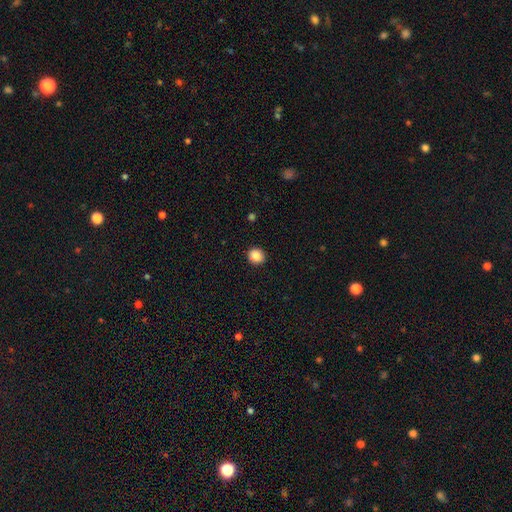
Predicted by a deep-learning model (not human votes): Overall: smooth (88%). How rounded: round (87%). Merging: none (92%).